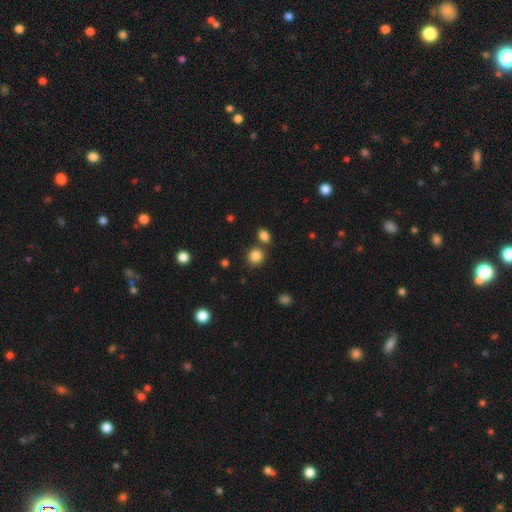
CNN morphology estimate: smooth_or_featured: smooth (p=0.85) [alt: star or artifact p=0.11]
how_rounded: round (p=0.84) [alt: in between p=0.15]
merging: none (p=0.74) [alt: merger p=0.14]